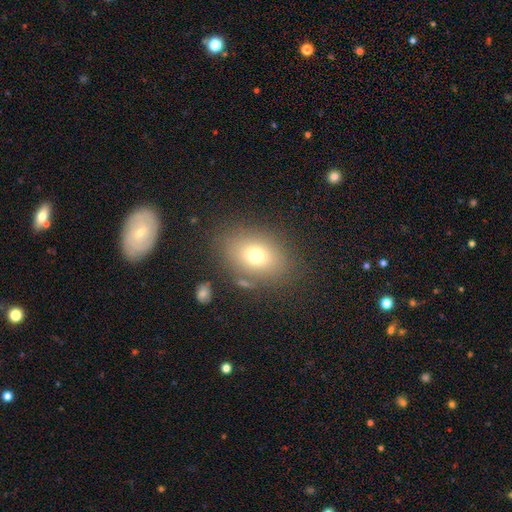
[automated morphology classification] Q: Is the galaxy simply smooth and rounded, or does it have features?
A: smooth — 73%.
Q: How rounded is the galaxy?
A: in between — 69%.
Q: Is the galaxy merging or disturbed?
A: none — 80%.